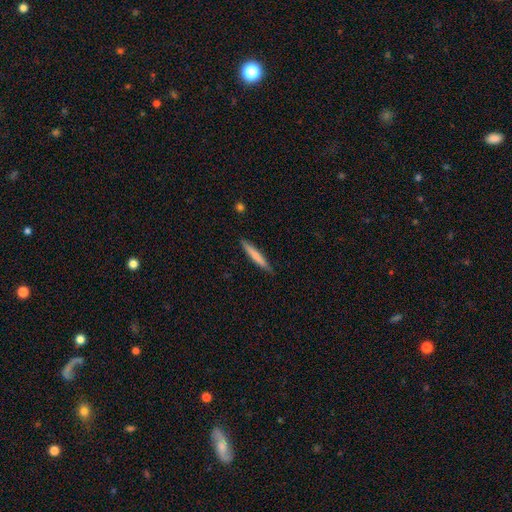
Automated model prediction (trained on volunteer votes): smooth-or-featured: smooth: 71% | featured or disk: 23% | star or artifact: 5%
  how-rounded: cigar-shaped: 95% | in between: 4% | round: 1%
  merging: none: 88% | minor disturbance: 9% | major disturbance: 2% | merger: 1%